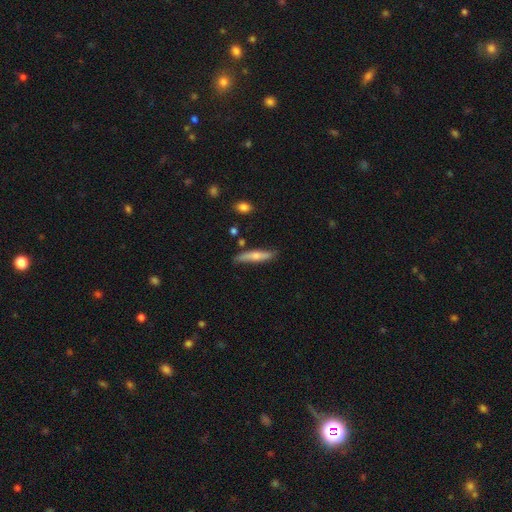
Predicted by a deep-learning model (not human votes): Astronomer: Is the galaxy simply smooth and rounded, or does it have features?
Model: smooth — 60%.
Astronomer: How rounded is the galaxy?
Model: cigar-shaped — 84%.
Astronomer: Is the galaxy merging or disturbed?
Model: none — 78%.